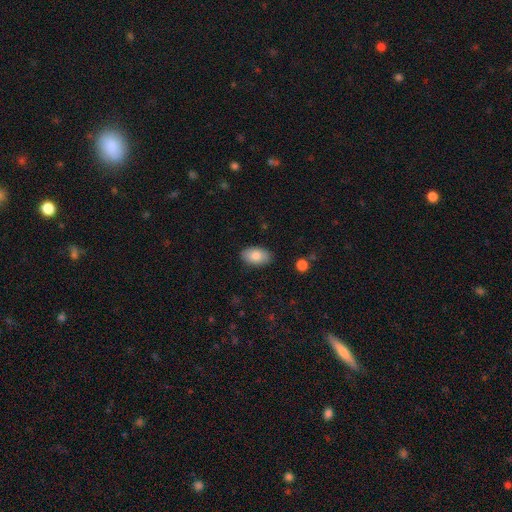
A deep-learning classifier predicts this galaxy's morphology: Smooth or featured? Predicted: smooth (p=0.81). How rounded? Predicted: in between (p=0.93). Merging? Predicted: none (p=0.87).